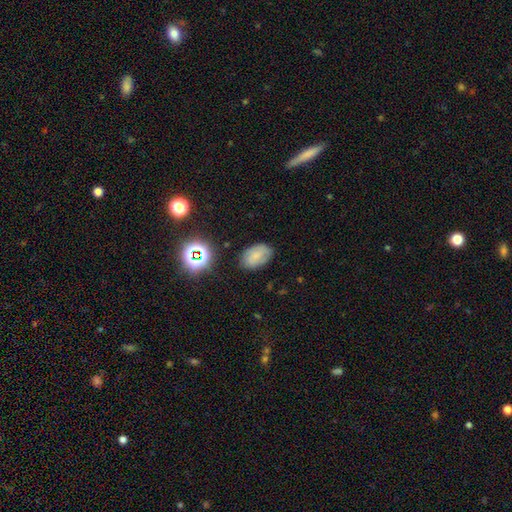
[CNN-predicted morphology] smooth 69%, featured or disk 16%, star or artifact 15%. Down the decision tree: how rounded — in between (89%); merging — none (79%).